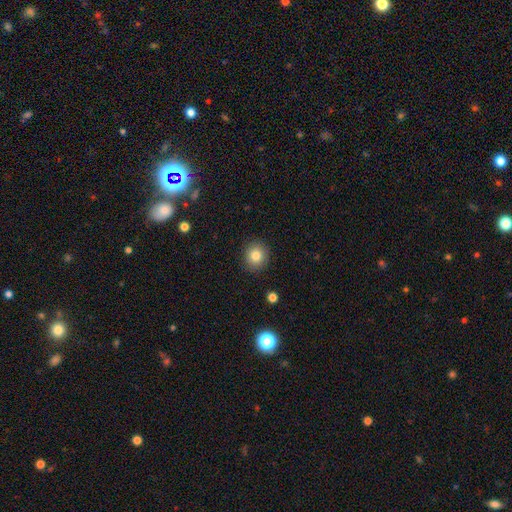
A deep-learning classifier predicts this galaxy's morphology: Q: Smooth or featured?
A: smooth (83%); runner-up: star or artifact (10%)
Q: How rounded?
A: round (86%); runner-up: in between (13%)
Q: Merging?
A: none (90%); runner-up: minor disturbance (7%)